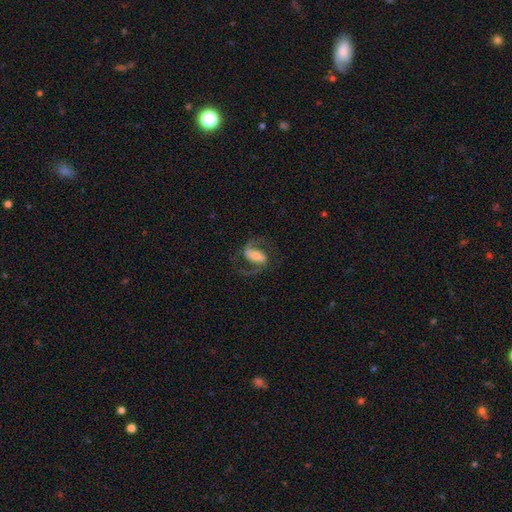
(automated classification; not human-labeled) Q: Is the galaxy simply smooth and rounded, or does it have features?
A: featured or disk — 81%.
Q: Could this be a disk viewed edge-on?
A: no — 96%.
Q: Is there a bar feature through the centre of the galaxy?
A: strong — 53%.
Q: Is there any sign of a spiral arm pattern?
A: yes — 95%.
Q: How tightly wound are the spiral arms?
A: medium — 57%.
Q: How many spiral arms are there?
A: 2 — 92%.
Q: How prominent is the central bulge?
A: moderate — 43%.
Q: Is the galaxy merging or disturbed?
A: none — 72%.